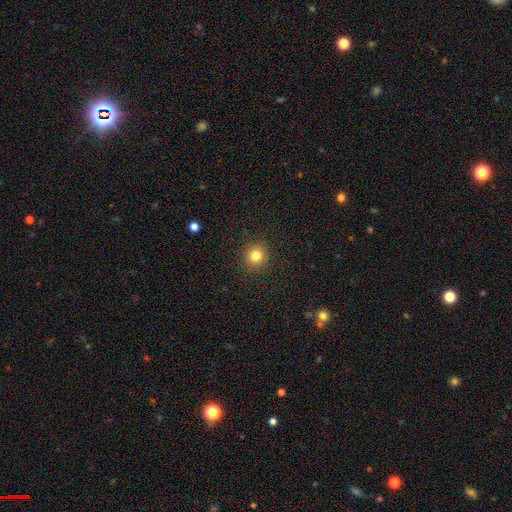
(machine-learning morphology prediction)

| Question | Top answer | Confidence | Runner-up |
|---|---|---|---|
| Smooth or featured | smooth | 81% | star or artifact (13%) |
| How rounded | round | 91% | in between (8%) |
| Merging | none | 91% | minor disturbance (6%) |